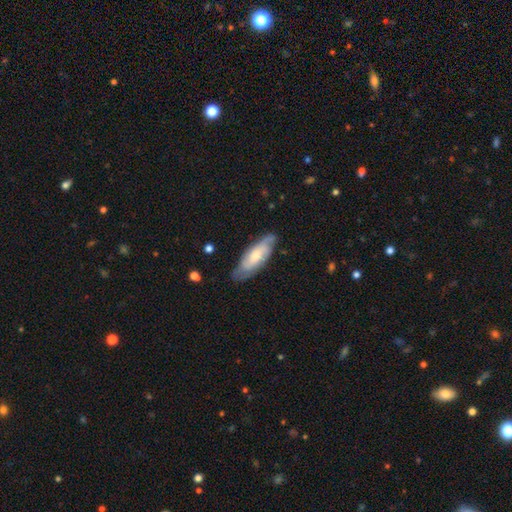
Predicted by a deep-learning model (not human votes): This is possibly a featured or disk galaxy (59%). It is clearly not viewed edge-on (81%). Merging: likely none (74%).